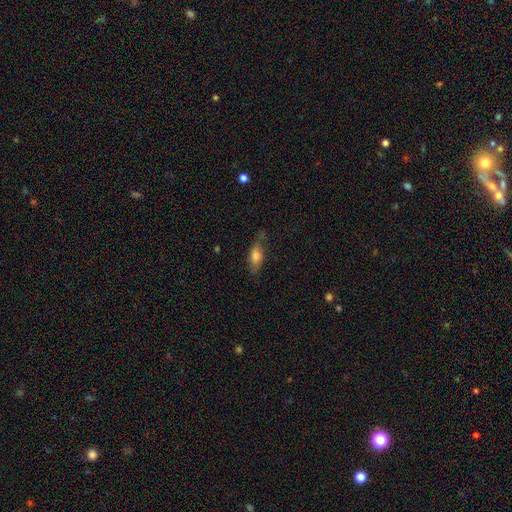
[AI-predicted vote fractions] Overall: smooth (71%). How rounded: in between (73%). Merging: none (63%; minor disturbance 26%).